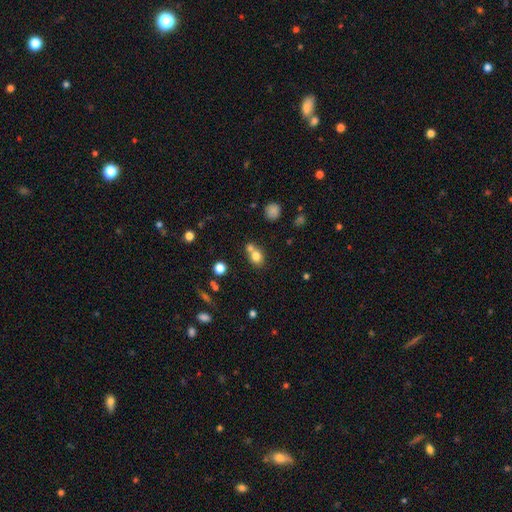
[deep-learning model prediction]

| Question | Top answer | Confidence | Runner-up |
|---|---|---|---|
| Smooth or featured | smooth | 77% | star or artifact (12%) |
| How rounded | round | 65% | in between (34%) |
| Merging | merger | 44% | tied: none (44%) |